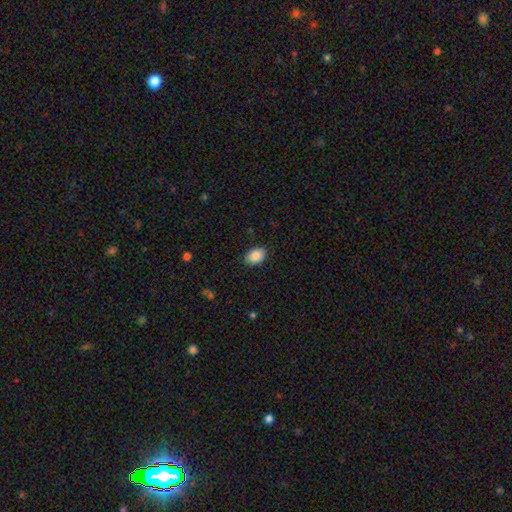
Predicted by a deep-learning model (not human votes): smooth_or_featured: smooth (p=0.89) [alt: star or artifact p=0.07]
how_rounded: in between (p=0.82) [alt: round p=0.17]
merging: none (p=0.86) [alt: minor disturbance p=0.11]